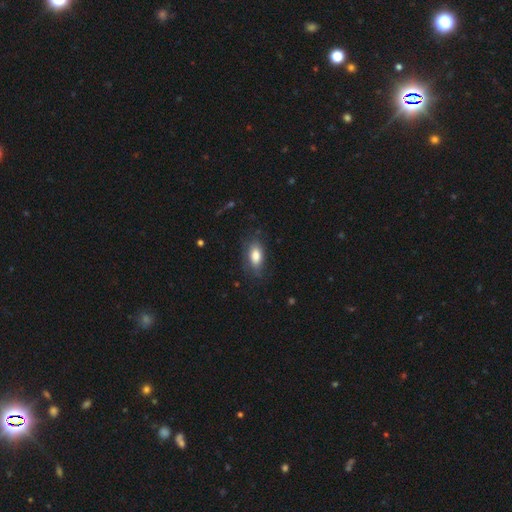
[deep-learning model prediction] smooth_or_featured: smooth (p=0.80) [alt: featured or disk p=0.13]
how_rounded: in between (p=0.89) [alt: cigar-shaped p=0.06]
merging: none (p=0.73) [alt: minor disturbance p=0.19]